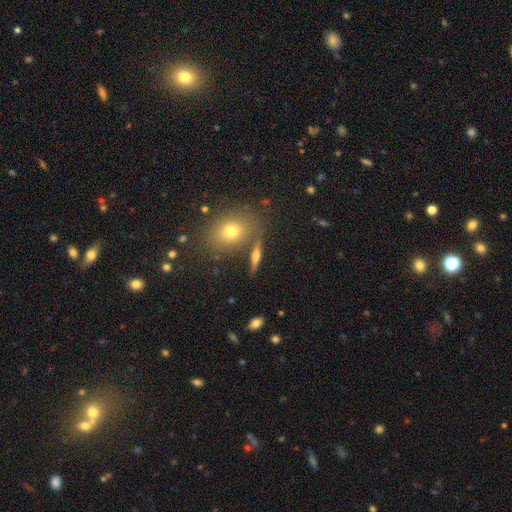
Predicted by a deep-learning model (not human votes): This is marginally a featured or disk galaxy (45%). Merging: likely none (77%).